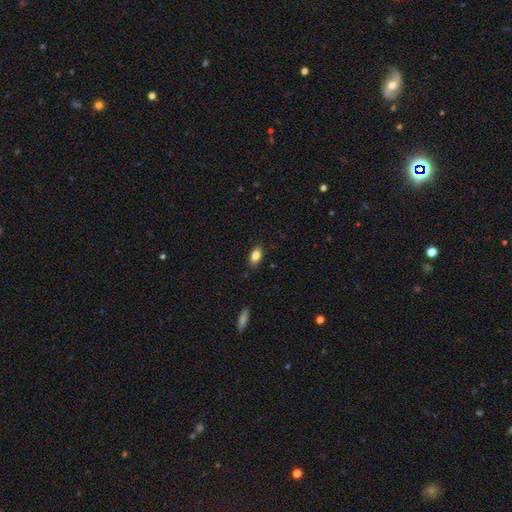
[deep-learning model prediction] Smooth or featured? Predicted: smooth (p=0.83). How rounded? Predicted: in between (p=0.88). Merging? Predicted: none (p=0.85).